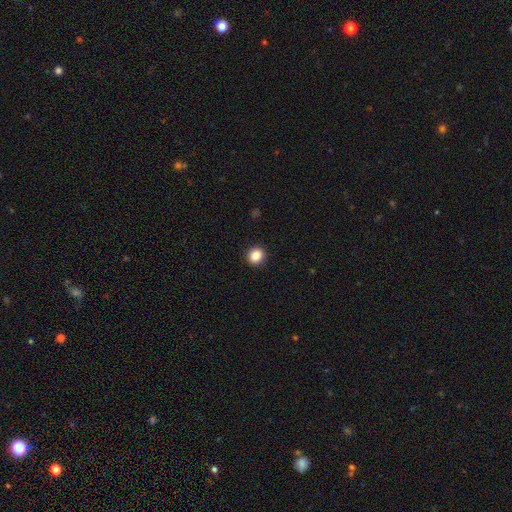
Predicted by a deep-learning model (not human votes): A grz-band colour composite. It shows a smooth galaxy with no disk features (87%) that is round (84%). Merging: none (91%).